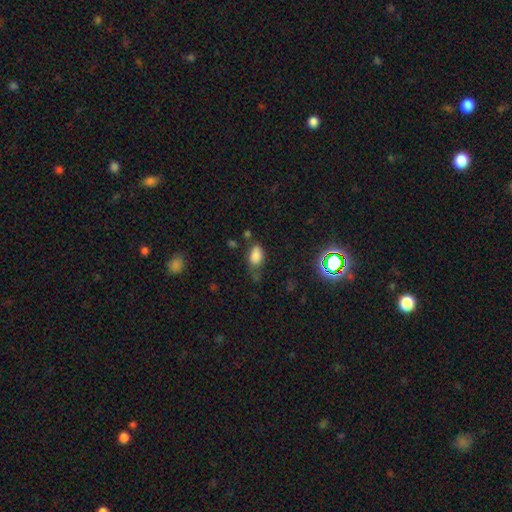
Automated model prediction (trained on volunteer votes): smooth_or_featured: smooth (p=0.81) [alt: star or artifact p=0.11]
how_rounded: in between (p=0.89) [alt: round p=0.09]
merging: none (p=0.44) [alt: minor disturbance p=0.32]